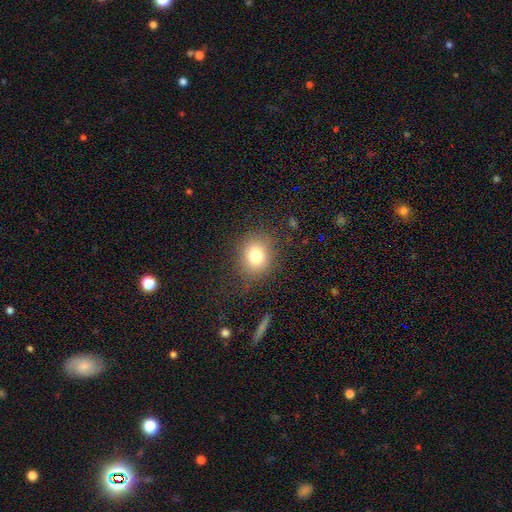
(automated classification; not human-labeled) Overall: smooth (78%). How rounded: round (66%; in between 33%). Merging: none (80%).